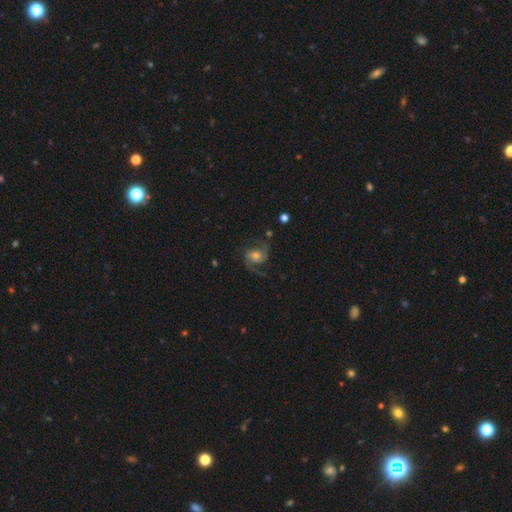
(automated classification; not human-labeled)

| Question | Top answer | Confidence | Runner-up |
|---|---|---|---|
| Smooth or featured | featured or disk | 81% | smooth (12%) |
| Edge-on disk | no | 98% | yes (2%) |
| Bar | no | 61% | weak (31%) |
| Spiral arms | yes | 96% | no (4%) |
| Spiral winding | medium | 50% | loose (35%) |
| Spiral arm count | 2 | 83% | 3 (5%) |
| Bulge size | moderate | 60% | small (26%) |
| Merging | none | 66% | minor disturbance (17%) |